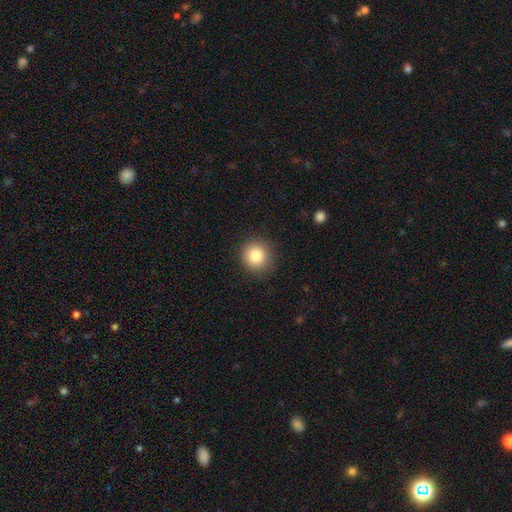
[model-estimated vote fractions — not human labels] The model was most divided on "smooth or featured": smooth: 84%, star or artifact: 10%, featured or disk: 6%. More confident: how rounded — round (92%); merging — none (90%).